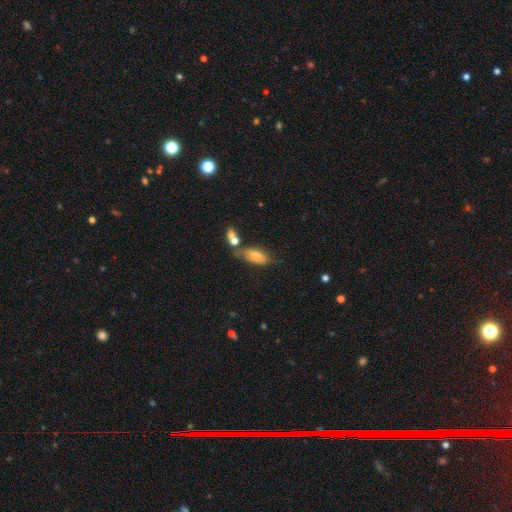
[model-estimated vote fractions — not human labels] Smooth or featured? smooth (71%)
How rounded? in between (79%)
Merging? none (49%)